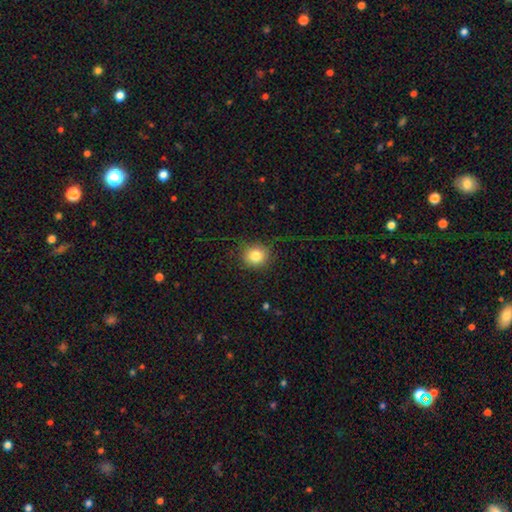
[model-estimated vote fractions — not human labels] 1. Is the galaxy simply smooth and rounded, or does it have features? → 82% smooth, 11% star or artifact, 7% featured or disk.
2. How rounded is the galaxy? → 85% round, 14% in between, 1% cigar-shaped.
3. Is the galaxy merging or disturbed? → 83% none, 11% minor disturbance, 5% major disturbance, 1% merger.